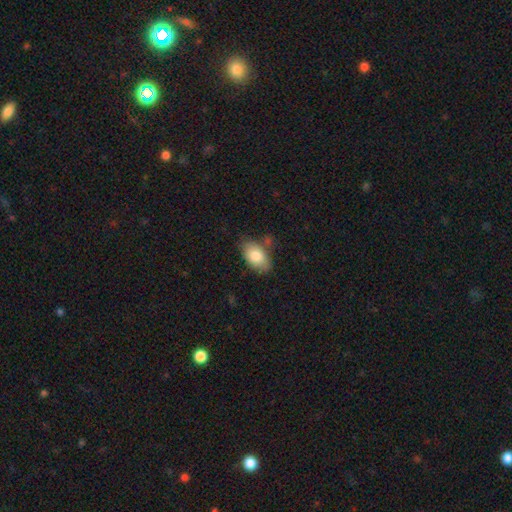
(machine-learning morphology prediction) smooth_or_featured: smooth (p=0.83) [alt: featured or disk p=0.11]
how_rounded: in between (p=0.92) [alt: round p=0.07]
merging: none (p=0.68) [alt: minor disturbance p=0.21]